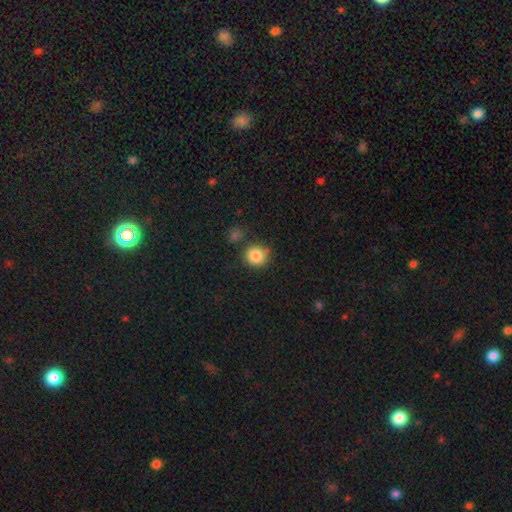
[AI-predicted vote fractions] smooth 85%, star or artifact 9%, featured or disk 5%. Down the decision tree: how rounded — round (90%); merging — none (77%).